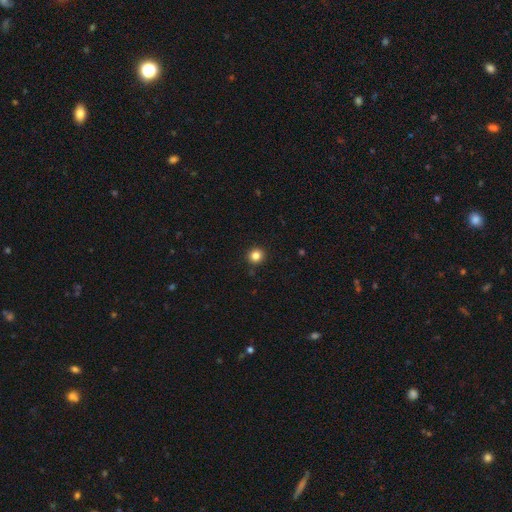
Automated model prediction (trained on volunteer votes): Smooth or featured: smooth — 84% (star or artifact — 12%)
How rounded: round — 91% (in between — 8%)
Merging: none — 92% (minor disturbance — 5%)